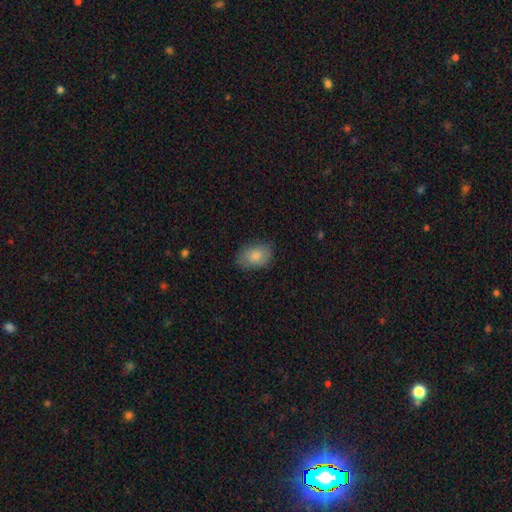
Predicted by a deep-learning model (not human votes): This is clearly a smooth galaxy (84%). How rounded: clearly in between (83%). Merging: likely none (78%).